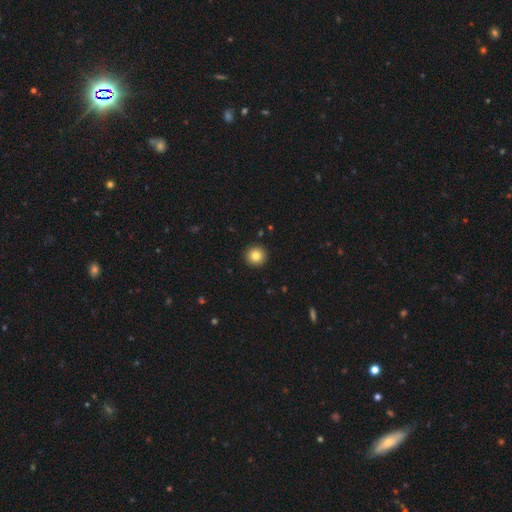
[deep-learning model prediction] This appears to be a smooth galaxy with no disk features (83%) that is round (95%). Merging: none (93%).